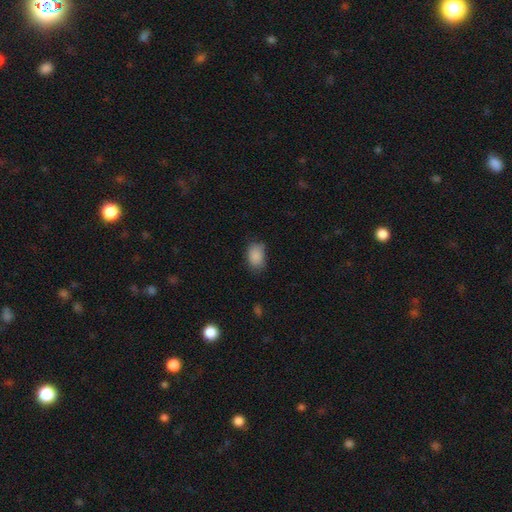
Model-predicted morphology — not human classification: Overall: smooth (87%). How rounded: in between (80%). Merging: none (67%).